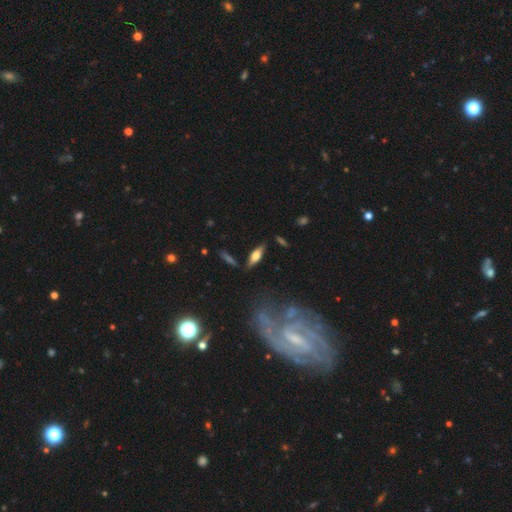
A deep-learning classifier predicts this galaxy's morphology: A smooth galaxy with no disk features (49%).

Vote fractions:
- Smooth or featured? smooth: 49% / featured or disk: 44% / star or artifact: 8%
- Merging? none: 83% / minor disturbance: 11% / major disturbance: 3% / merger: 3%